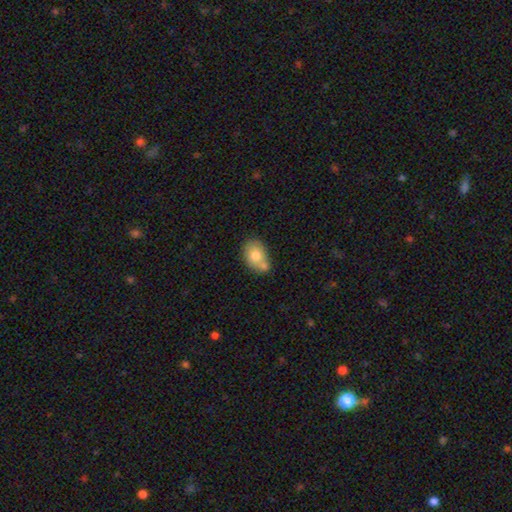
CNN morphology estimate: This appears to be a smooth galaxy with no disk features (74%) that is in between round and cigar-shaped (68%). Merging: none (41%).